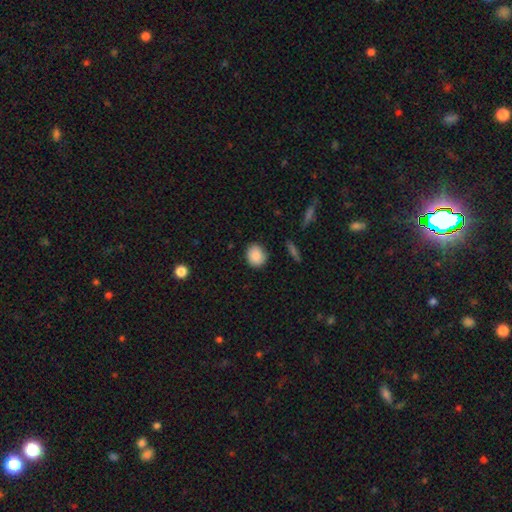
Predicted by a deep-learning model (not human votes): Overall: smooth (88%). How rounded: round (70%). Merging: none (83%).